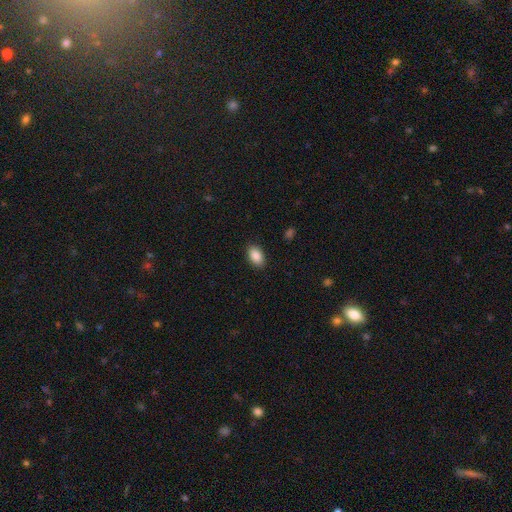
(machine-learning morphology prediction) The model was most divided on "merging": none: 88%, minor disturbance: 8%, major disturbance: 2%, merger: 1%. More confident: how rounded — in between (91%); smooth or featured — smooth (89%).